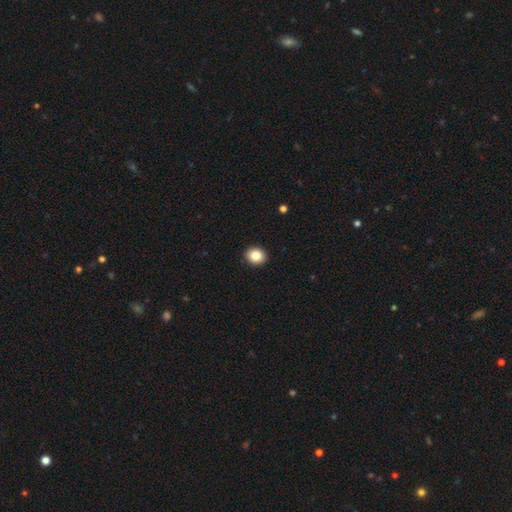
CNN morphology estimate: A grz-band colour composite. It shows a smooth galaxy with no disk features (85%) that is round (70%). Merging: none (92%).